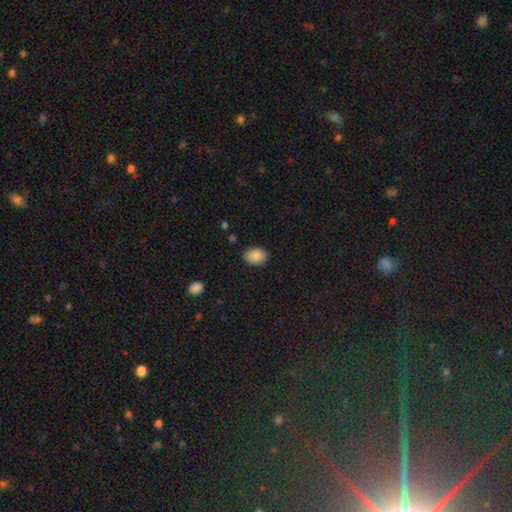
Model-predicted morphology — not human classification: smooth 89%, star or artifact 8%, featured or disk 4%. Down the decision tree: how rounded — in between (78%); merging — none (87%).